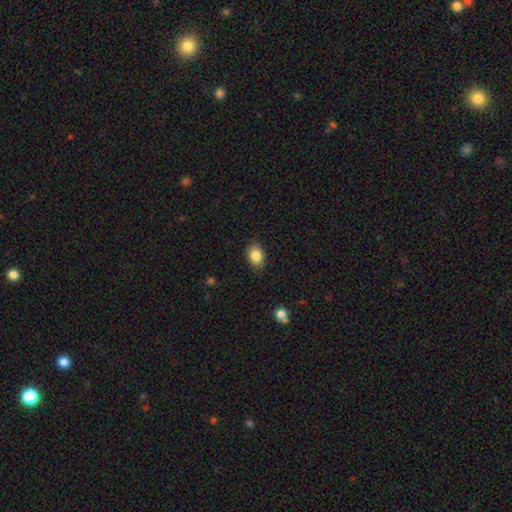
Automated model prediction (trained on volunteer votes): Smooth or featured: smooth — 86% (star or artifact — 8%)
How rounded: in between — 77% (round — 22%)
Merging: none — 84% (minor disturbance — 13%)